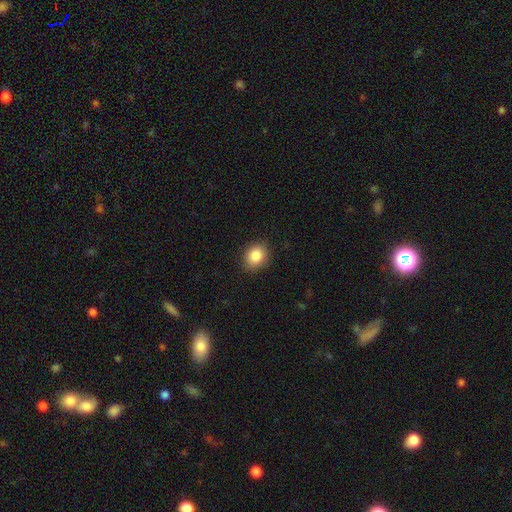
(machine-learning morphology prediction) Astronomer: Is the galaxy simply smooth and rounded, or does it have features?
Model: smooth — 86%.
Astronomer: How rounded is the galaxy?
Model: round — 57% (runner-up: in between, 42%).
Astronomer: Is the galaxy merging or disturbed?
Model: none — 89%.